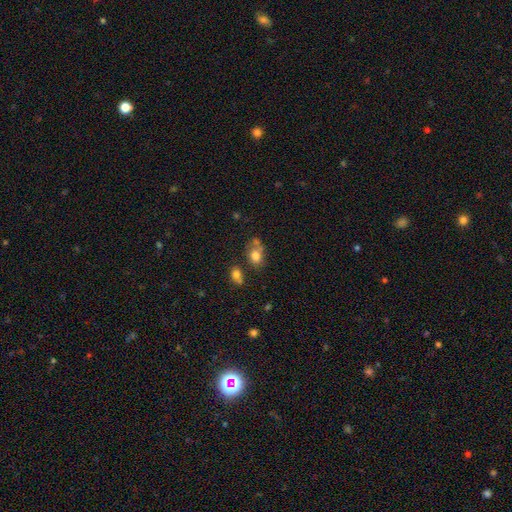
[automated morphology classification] This is likely a smooth galaxy (76%). How rounded: possibly round (52%). Merging: marginally none (44%).